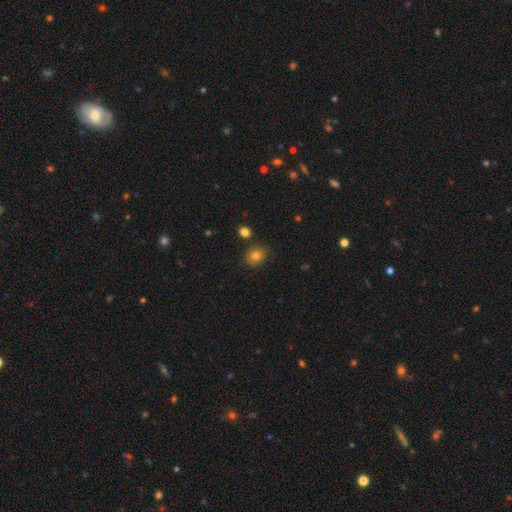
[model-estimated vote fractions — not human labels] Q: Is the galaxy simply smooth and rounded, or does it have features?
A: smooth — 80%.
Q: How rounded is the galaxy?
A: round — 53%.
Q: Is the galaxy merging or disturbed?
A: none — 83%.